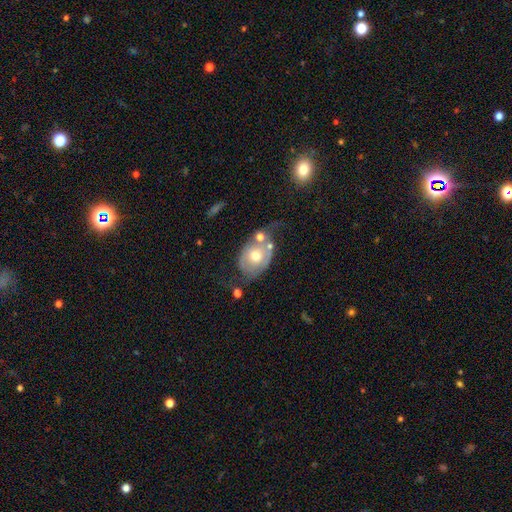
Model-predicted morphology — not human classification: The model was most divided on "merging": none: 30%, major disturbance: 25%, minor disturbance: 23%, merger: 22%. More confident: edge-on disk — no (95%); smooth or featured — featured or disk (52%).